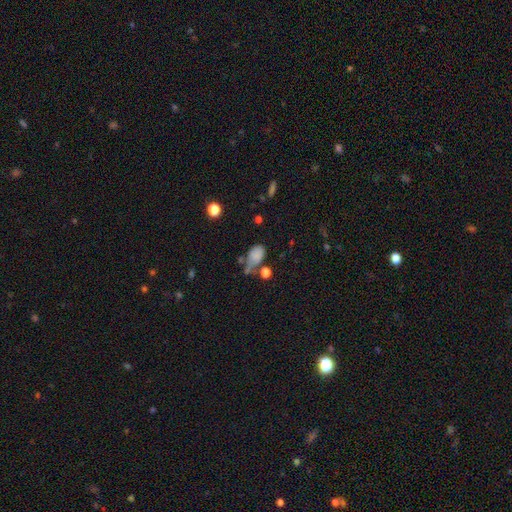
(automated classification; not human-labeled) The model was most divided on "merging": none: 30%, minor disturbance: 29%, major disturbance: 22%, merger: 19%. More confident: how rounded — in between (83%); smooth or featured — smooth (74%).